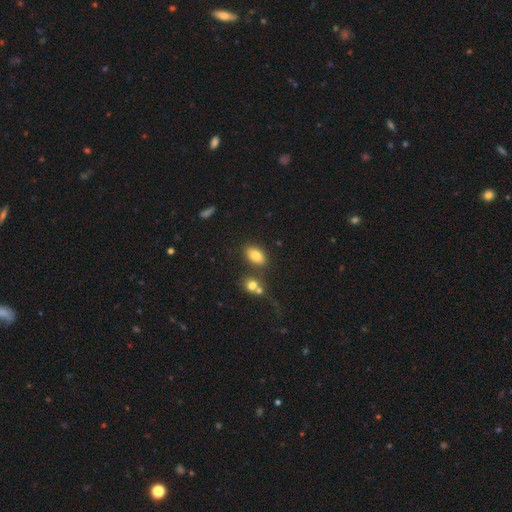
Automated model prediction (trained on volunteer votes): Smooth or featured? Predicted: smooth (p=0.79). How rounded? Predicted: in between (p=0.88). Merging? Predicted: none (p=0.74).